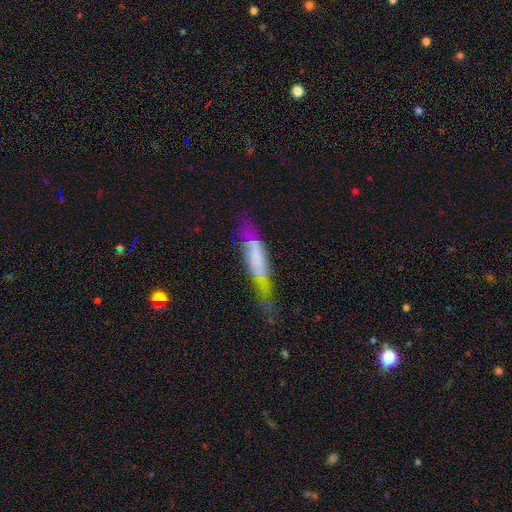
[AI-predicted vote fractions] featured or disk 48%, smooth 43%, star or artifact 9%. Down the decision tree: merging — none (48%).